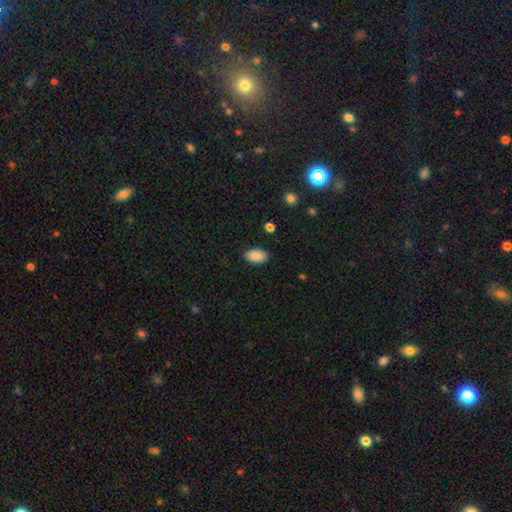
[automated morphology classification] This is clearly a smooth galaxy (90%). How rounded: clearly in between (93%). Merging: clearly none (87%).